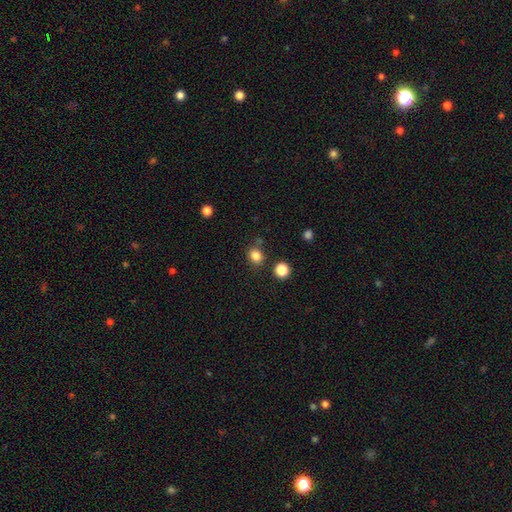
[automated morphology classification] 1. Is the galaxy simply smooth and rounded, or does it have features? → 83% smooth, 12% star or artifact, 4% featured or disk.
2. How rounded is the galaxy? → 69% round, 30% in between, 1% cigar-shaped.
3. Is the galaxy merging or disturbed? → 80% none, 10% minor disturbance, 6% merger, 3% major disturbance.